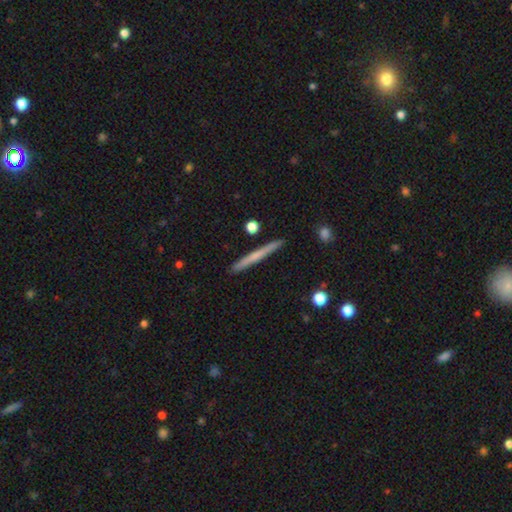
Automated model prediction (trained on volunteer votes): Smooth or featured? smooth (50%)
How rounded? cigar-shaped (96%)
Merging? none (91%)